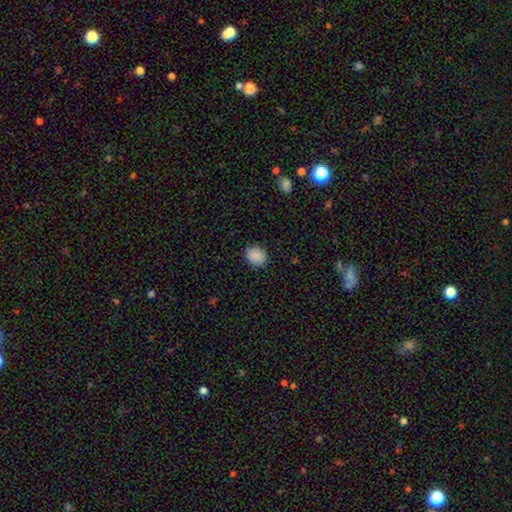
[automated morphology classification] Q: Smooth or featured?
A: smooth (89%); runner-up: star or artifact (8%)
Q: How rounded?
A: round (58%); runner-up: in between (41%)
Q: Merging?
A: none (89%); runner-up: minor disturbance (8%)